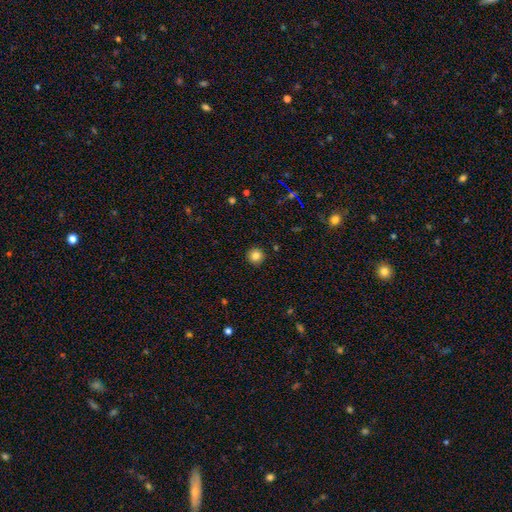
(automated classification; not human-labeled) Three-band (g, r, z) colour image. It shows a smooth galaxy with no disk features (84%) that is round (95%). Merging: none (92%).